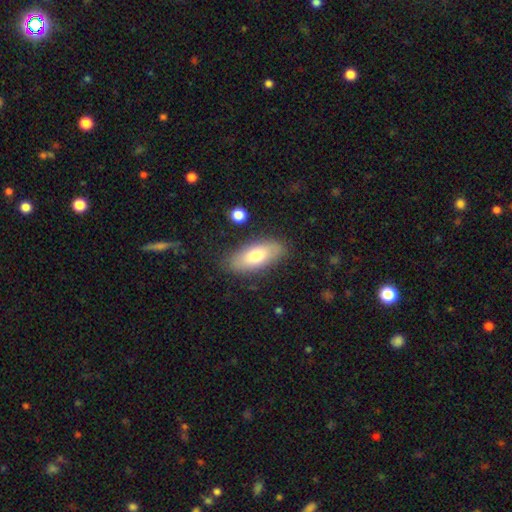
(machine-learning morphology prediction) smooth-or-featured: smooth: 73% | featured or disk: 21% | star or artifact: 6%
  how-rounded: in between: 82% | cigar-shaped: 15% | round: 3%
  merging: none: 82% | minor disturbance: 12% | major disturbance: 3% | merger: 2%